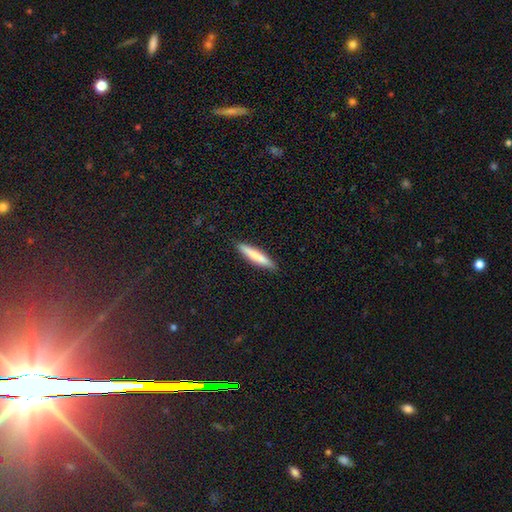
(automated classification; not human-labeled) Smooth or featured? smooth (76%)
How rounded? cigar-shaped (91%)
Merging? none (90%)